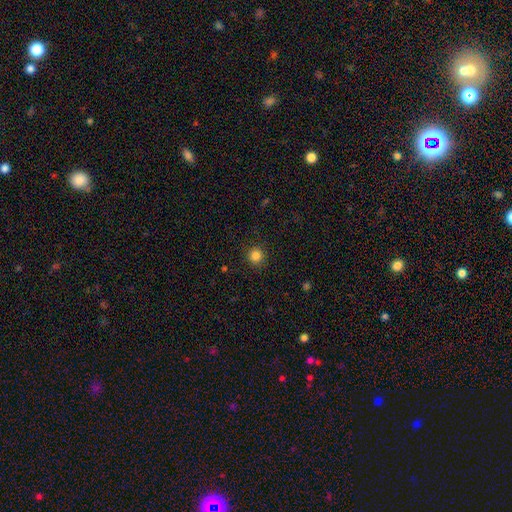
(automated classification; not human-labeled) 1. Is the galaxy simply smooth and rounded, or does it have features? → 85% smooth, 12% star or artifact, 4% featured or disk.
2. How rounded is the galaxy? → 95% round, 5% in between, 1% cigar-shaped.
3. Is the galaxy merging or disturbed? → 91% none, 6% minor disturbance, 2% major disturbance, 1% merger.